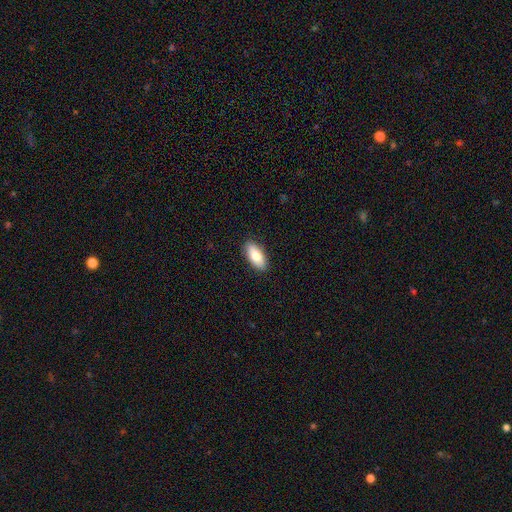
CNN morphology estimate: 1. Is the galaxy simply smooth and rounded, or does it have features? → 83% smooth, 11% featured or disk, 6% star or artifact.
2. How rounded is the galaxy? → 85% in between, 13% cigar-shaped, 2% round.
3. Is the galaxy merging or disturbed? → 89% none, 8% minor disturbance, 2% major disturbance, 1% merger.